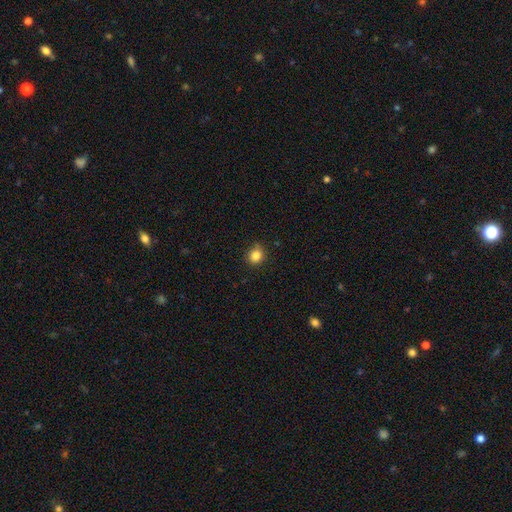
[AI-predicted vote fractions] The model was most divided on "merging": none: 81%, minor disturbance: 14%, major disturbance: 3%, merger: 2%. More confident: smooth or featured — smooth (84%); how rounded — round (84%).